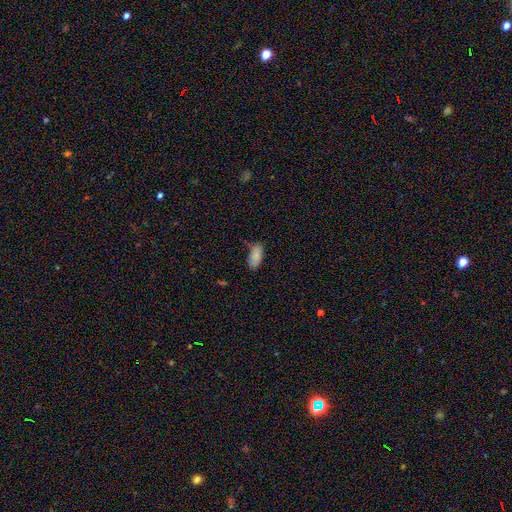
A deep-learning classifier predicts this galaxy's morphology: Smooth or featured? smooth (86%)
How rounded? in between (91%)
Merging? none (67%)